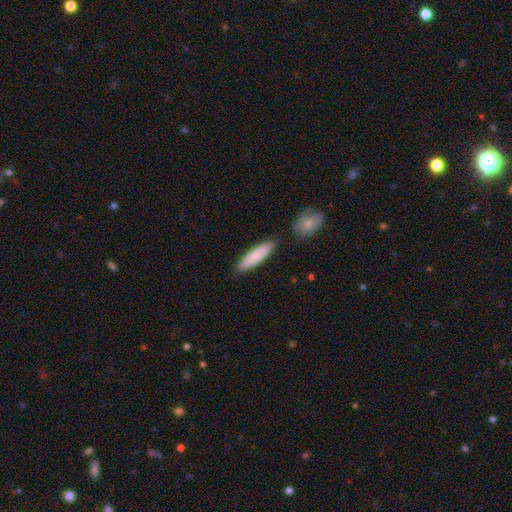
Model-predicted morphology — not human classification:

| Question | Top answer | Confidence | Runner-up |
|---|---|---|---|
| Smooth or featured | smooth | 84% | featured or disk (11%) |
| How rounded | cigar-shaped | 69% | in between (30%) |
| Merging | none | 83% | minor disturbance (10%) |